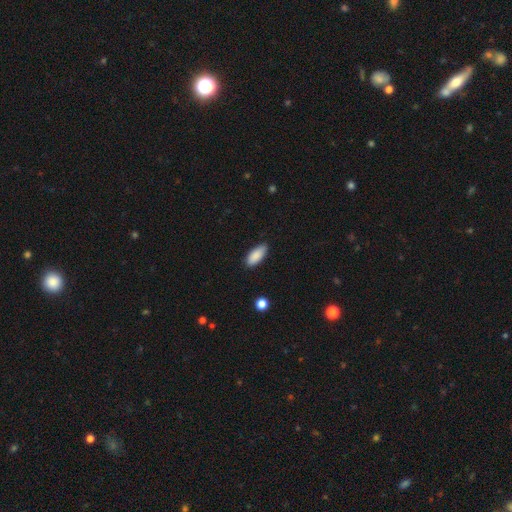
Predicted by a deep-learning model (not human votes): Overall: smooth (89%). How rounded: in between (85%). Merging: none (83%).